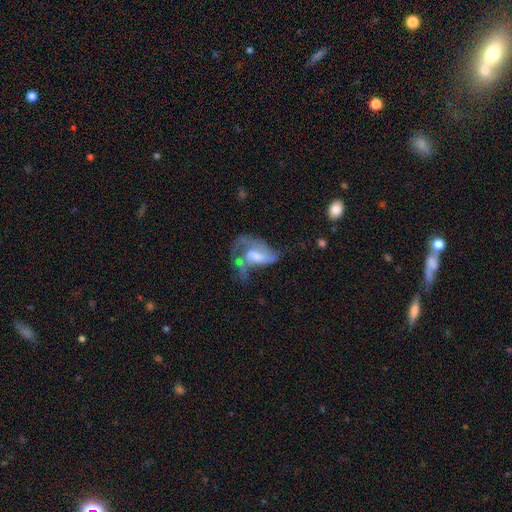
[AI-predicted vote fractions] A featured or disk galaxy (63%) with no bar (45%), spiral arms (68%) and a moderate central bulge (38%).

Vote fractions:
- Smooth or featured? featured or disk: 63% / smooth: 28% / star or artifact: 9%
- Edge-on disk? no: 95% / yes: 5%
- Bar? no: 45% / weak: 38% / strong: 17%
- Spiral arms? yes: 68% / no: 32%
- Bulge size? moderate: 38% / none: 21% / large: 21% / small: 18% / dominant: 3%
- Merging? major disturbance: 46% / none: 22% / minor disturbance: 17% / merger: 14%